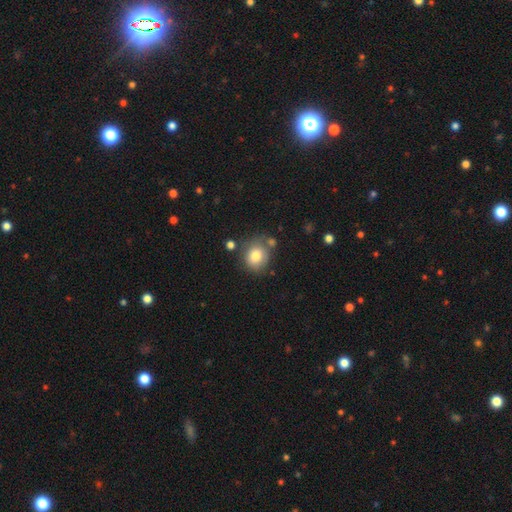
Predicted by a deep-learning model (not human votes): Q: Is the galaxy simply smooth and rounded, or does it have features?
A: smooth — 80%.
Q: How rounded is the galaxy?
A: round — 74%.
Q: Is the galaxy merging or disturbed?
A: none — 66%.